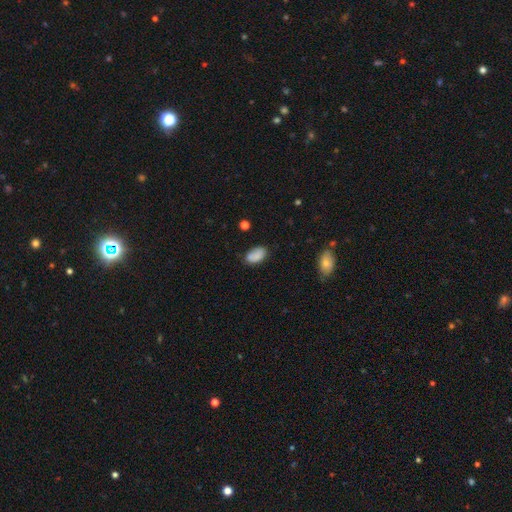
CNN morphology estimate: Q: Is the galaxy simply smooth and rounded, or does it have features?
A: smooth — 84%.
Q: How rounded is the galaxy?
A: in between — 91%.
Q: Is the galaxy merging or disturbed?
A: none — 70%.